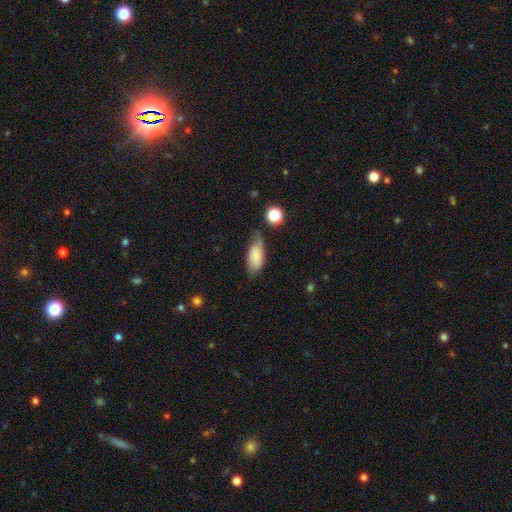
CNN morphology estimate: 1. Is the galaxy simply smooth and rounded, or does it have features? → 77% smooth, 14% featured or disk, 8% star or artifact.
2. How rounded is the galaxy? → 88% in between, 8% cigar-shaped, 3% round.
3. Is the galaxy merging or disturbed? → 41% minor disturbance, 35% none, 18% major disturbance, 6% merger.